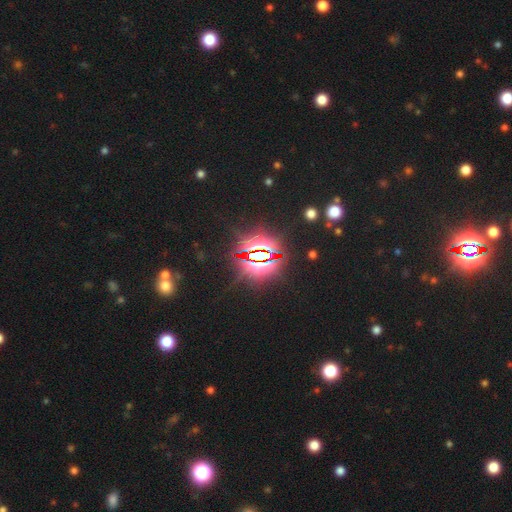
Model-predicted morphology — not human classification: type=star or artifact (84%).